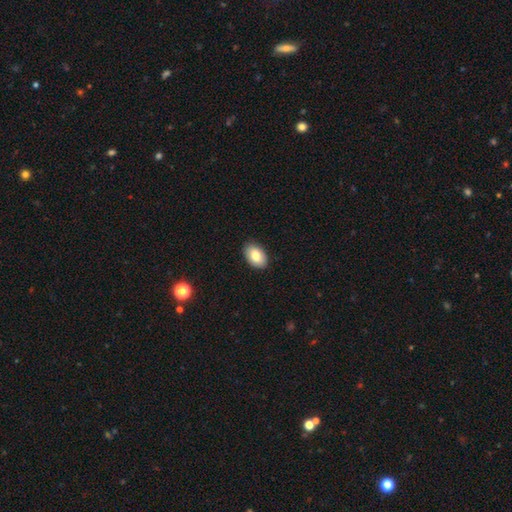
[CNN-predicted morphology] smooth-or-featured: smooth: 83% | featured or disk: 10% | star or artifact: 7%
  how-rounded: in between: 92% | round: 7% | cigar-shaped: 1%
  merging: none: 89% | minor disturbance: 8% | major disturbance: 2% | merger: 1%